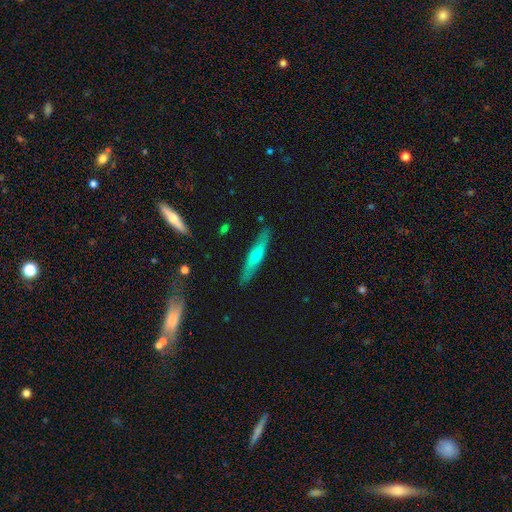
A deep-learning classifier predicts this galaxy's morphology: Q: Smooth or featured?
A: featured or disk (51%); runner-up: smooth (43%)
Q: Edge-on disk?
A: yes (90%); runner-up: no (10%)
Q: Merging?
A: none (87%); runner-up: minor disturbance (10%)